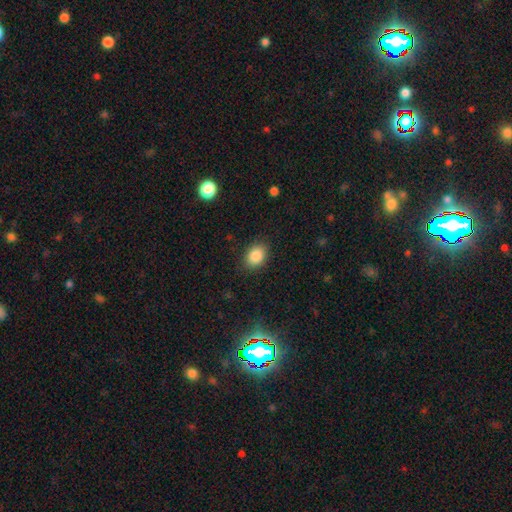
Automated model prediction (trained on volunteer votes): smooth-or-featured: smooth: 87% | star or artifact: 9% | featured or disk: 5%
  how-rounded: in between: 68% | round: 31% | cigar-shaped: 1%
  merging: none: 85% | minor disturbance: 11% | major disturbance: 3% | merger: 1%